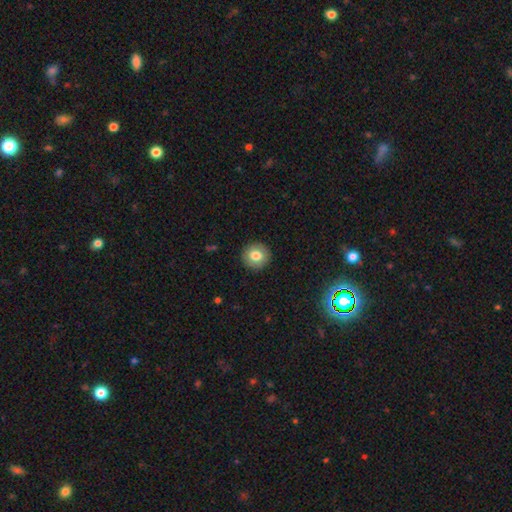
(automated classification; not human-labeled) smooth 78%, featured or disk 13%, star or artifact 9%. Down the decision tree: how rounded — round (92%); merging — none (91%).